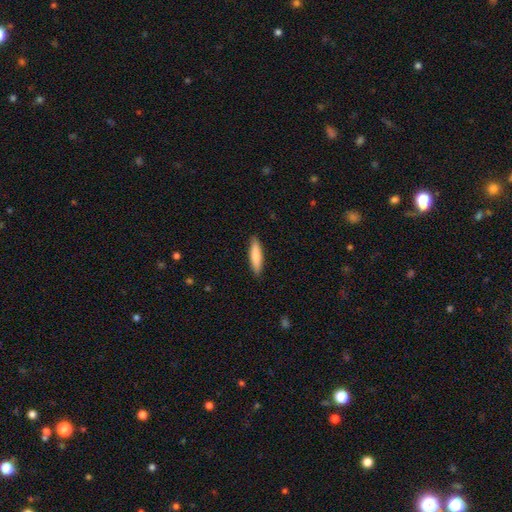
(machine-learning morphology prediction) smooth-or-featured: smooth: 81% | featured or disk: 14% | star or artifact: 5%
  how-rounded: cigar-shaped: 78% | in between: 21% | round: 1%
  merging: none: 90% | minor disturbance: 7% | major disturbance: 2% | merger: 1%